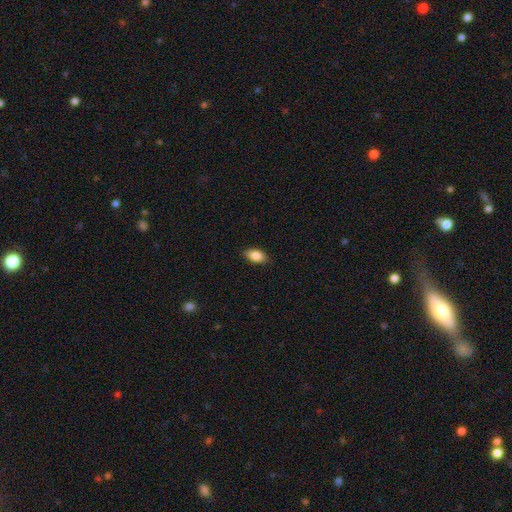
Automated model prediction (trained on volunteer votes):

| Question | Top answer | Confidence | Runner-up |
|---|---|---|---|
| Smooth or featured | smooth | 86% | star or artifact (7%) |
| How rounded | in between | 89% | round (8%) |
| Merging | none | 86% | minor disturbance (11%) |